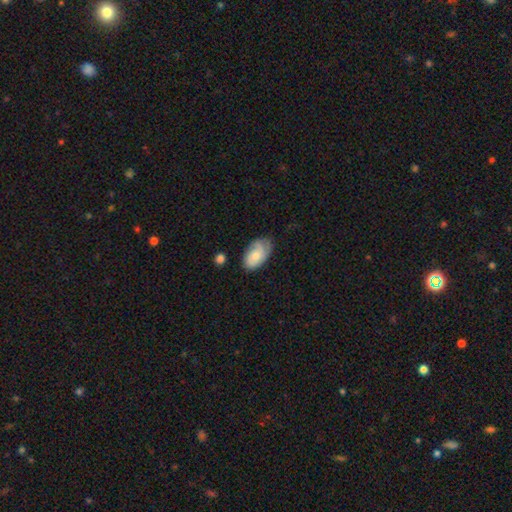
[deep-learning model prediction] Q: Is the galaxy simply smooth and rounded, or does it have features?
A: smooth — 63%.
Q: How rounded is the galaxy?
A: in between — 93%.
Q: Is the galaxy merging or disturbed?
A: none — 65%.